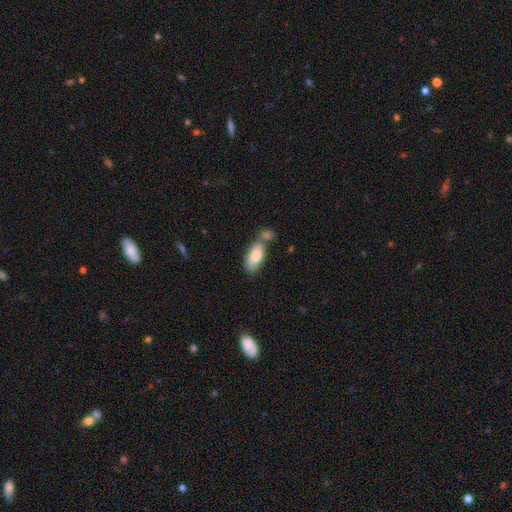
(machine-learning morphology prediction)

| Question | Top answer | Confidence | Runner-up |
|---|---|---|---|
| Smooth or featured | smooth | 81% | featured or disk (13%) |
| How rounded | in between | 90% | cigar-shaped (7%) |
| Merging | none | 48% | merger (31%) |